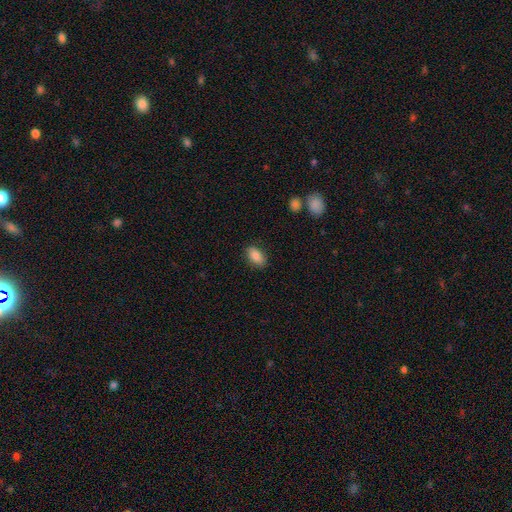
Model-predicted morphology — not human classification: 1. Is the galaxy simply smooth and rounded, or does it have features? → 84% smooth, 9% featured or disk, 8% star or artifact.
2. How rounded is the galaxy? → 90% in between, 7% round, 2% cigar-shaped.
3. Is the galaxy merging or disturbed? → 86% none, 11% minor disturbance, 2% major disturbance, 1% merger.